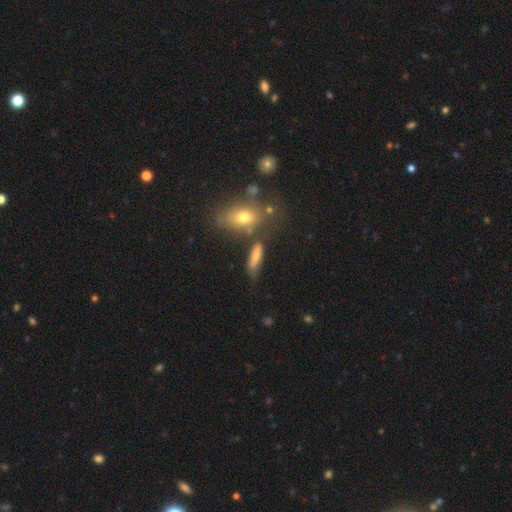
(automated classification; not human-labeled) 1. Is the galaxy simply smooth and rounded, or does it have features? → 72% smooth, 19% featured or disk, 10% star or artifact.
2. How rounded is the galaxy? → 53% cigar-shaped, 41% in between, 5% round.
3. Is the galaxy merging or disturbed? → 60% none, 21% minor disturbance, 11% merger, 8% major disturbance.